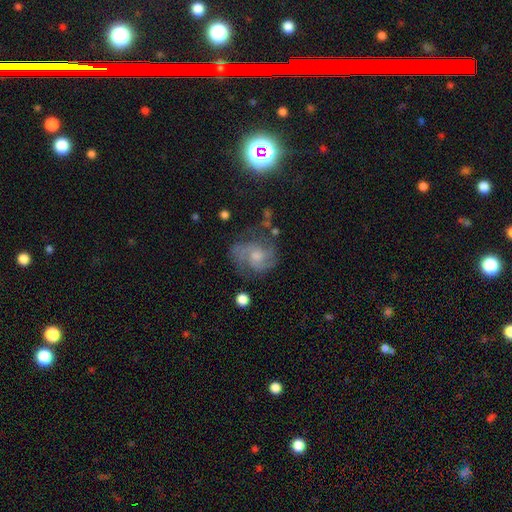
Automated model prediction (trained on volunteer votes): This is likely a featured or disk galaxy (75%). It is clearly not viewed edge-on (98%). Bar: likely no (68%). Spiral arm pattern: clearly yes (91%). Spiral arm count: possibly 2 (45%). Spiral winding: possibly medium (49%). Central bulge: possibly moderate (49%). Merging: likely none (61%).